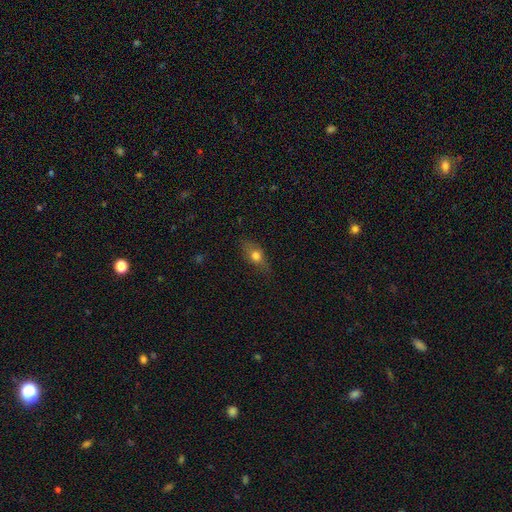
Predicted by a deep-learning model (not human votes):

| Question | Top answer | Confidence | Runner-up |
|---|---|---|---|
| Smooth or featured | smooth | 63% | featured or disk (26%) |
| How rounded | in between | 68% | round (16%) |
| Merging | none | 72% | minor disturbance (21%) |